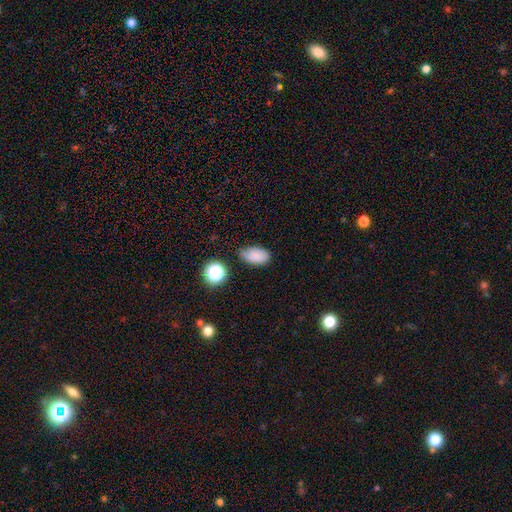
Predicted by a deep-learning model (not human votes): smooth 82%, star or artifact 12%, featured or disk 6%. Down the decision tree: how rounded — in between (90%); merging — none (72%).